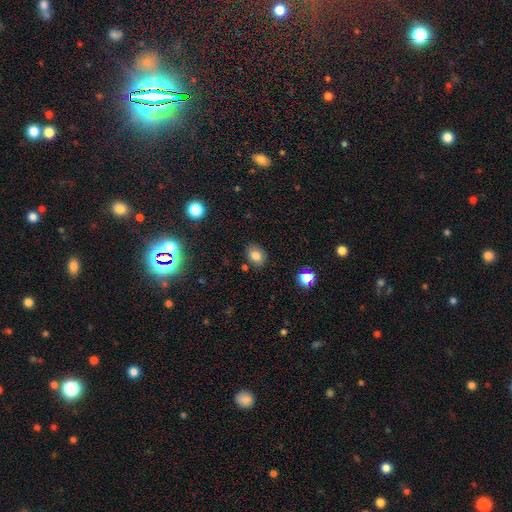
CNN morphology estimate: The model was most divided on "how rounded": in between: 68%, round: 31%, cigar-shaped: 1%. More confident: merging — none (82%); smooth or featured — smooth (79%).